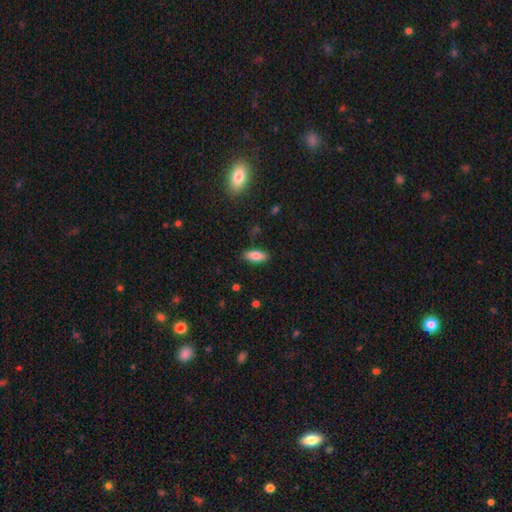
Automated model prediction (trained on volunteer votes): A smooth galaxy with no disk features (79%) that is in between round and cigar-shaped (80%). Merging: none (85%).